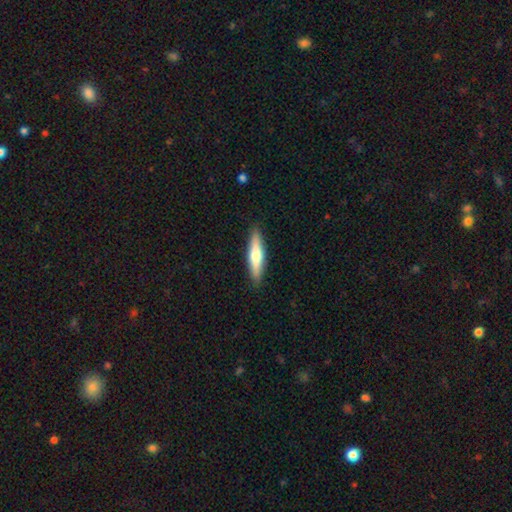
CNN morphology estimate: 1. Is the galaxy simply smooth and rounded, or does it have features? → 56% smooth, 39% featured or disk, 5% star or artifact.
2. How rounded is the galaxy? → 76% cigar-shaped, 22% in between, 2% round.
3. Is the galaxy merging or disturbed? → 90% none, 8% minor disturbance, 2% major disturbance, 1% merger.